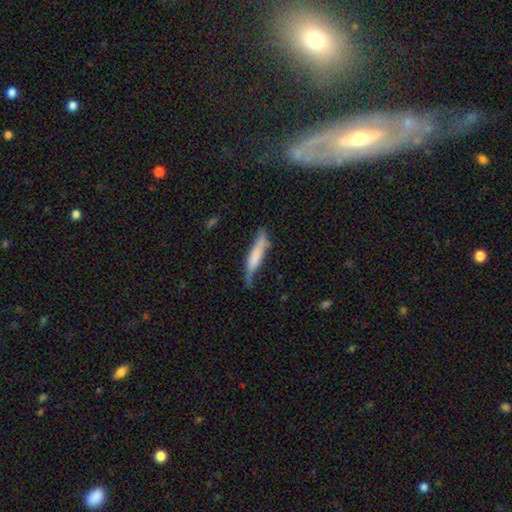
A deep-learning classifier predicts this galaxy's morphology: Q: Smooth or featured?
A: smooth (61%); runner-up: featured or disk (33%)
Q: How rounded?
A: cigar-shaped (84%); runner-up: in between (14%)
Q: Merging?
A: none (44%); runner-up: minor disturbance (38%)